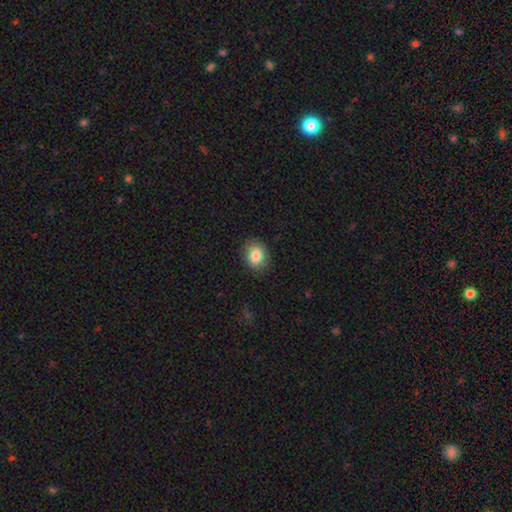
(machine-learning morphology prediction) smooth-or-featured: smooth: 84% | star or artifact: 9% | featured or disk: 7%
  how-rounded: in between: 51% | round: 48% | cigar-shaped: 1%
  merging: none: 84% | minor disturbance: 12% | major disturbance: 3% | merger: 1%